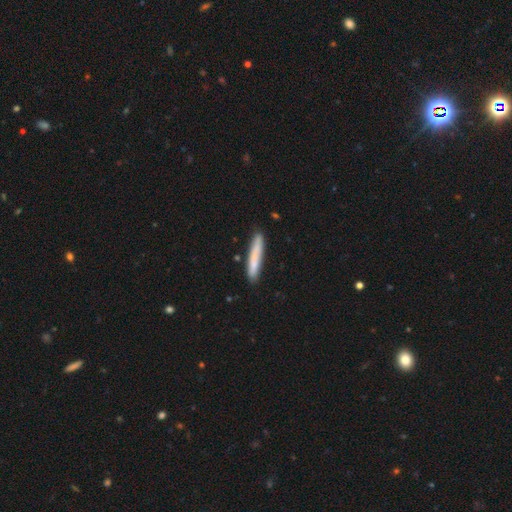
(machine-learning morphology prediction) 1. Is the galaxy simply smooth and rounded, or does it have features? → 75% smooth, 18% featured or disk, 7% star or artifact.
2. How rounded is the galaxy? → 95% cigar-shaped, 4% in between, 1% round.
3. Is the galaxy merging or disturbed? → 87% none, 10% minor disturbance, 2% major disturbance, 2% merger.